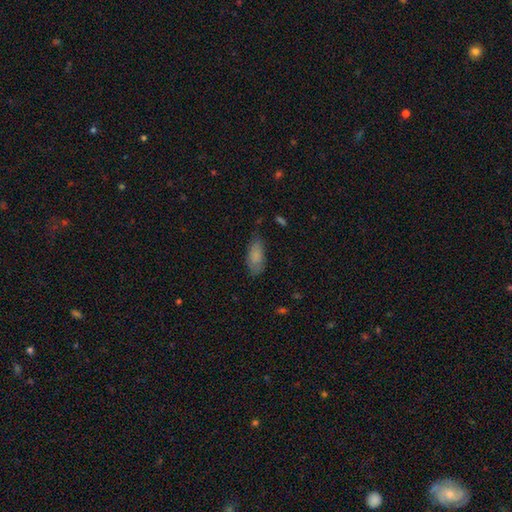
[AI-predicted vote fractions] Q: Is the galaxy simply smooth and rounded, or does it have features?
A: smooth — 81%.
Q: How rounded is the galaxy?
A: in between — 82%.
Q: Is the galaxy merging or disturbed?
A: none — 70%.